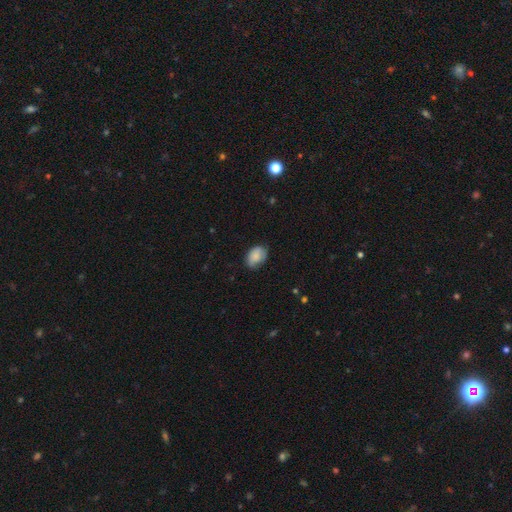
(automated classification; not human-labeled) Overall: smooth (83%). How rounded: in between (82%). Merging: none (67%).